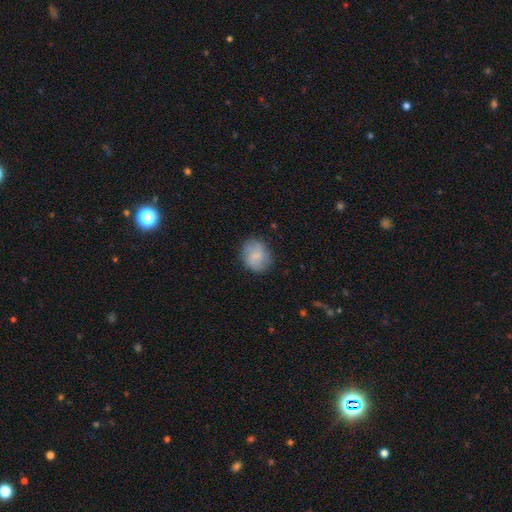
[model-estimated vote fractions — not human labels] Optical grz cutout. It shows a smooth galaxy with no disk features (54%) that is round (67%). Merging: none (77%).